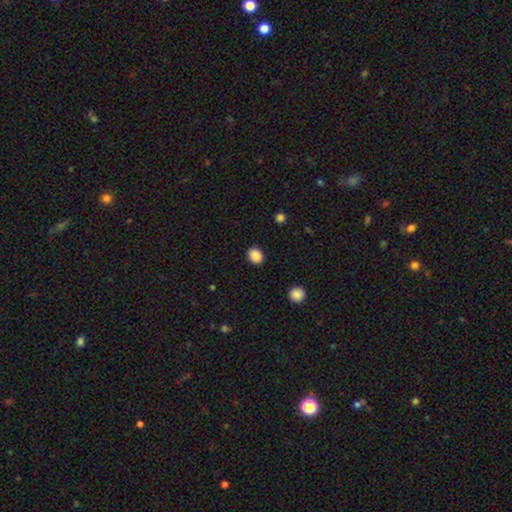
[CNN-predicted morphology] This is clearly a smooth galaxy (88%). How rounded: possibly round (52%). Merging: clearly none (89%).